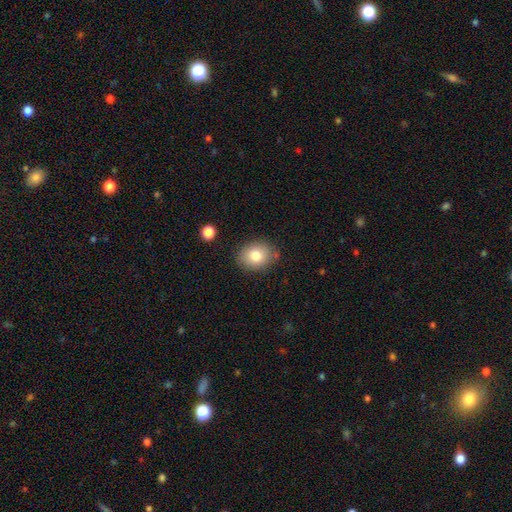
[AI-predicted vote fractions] Smooth or featured? smooth (79%)
How rounded? in between (53%)
Merging? none (82%)